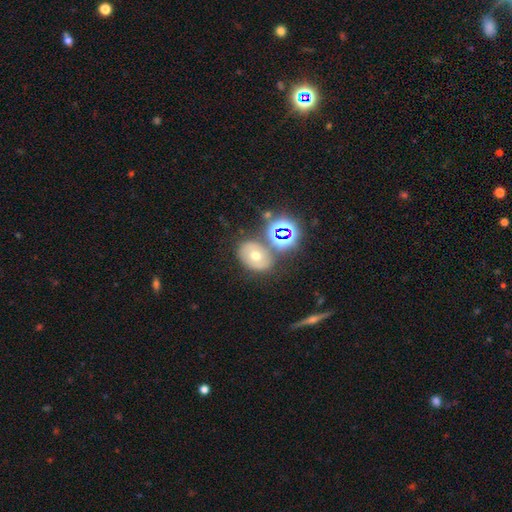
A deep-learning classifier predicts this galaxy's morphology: type=smooth (44%); merging=none (70%).